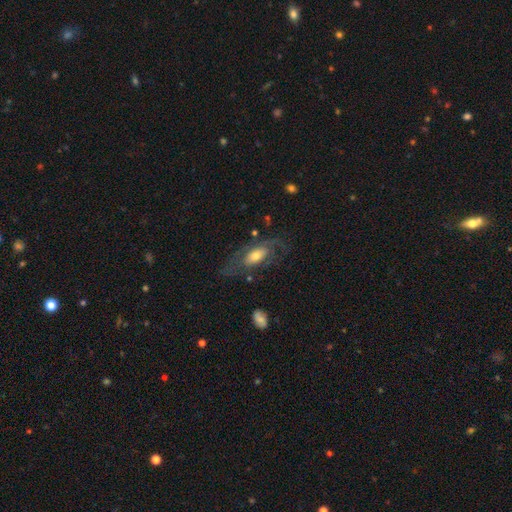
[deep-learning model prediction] smooth_or_featured: featured or disk (p=0.61) [alt: smooth p=0.33]
disk_edge_on: no (p=0.86) [alt: yes p=0.14]
bar: no (p=0.71) [alt: weak p=0.21]
has_spiral_arms: yes (p=0.67) [alt: no p=0.33]
bulge_size: moderate (p=0.52) [alt: small p=0.25]
merging: none (p=0.57) [alt: major disturbance p=0.21]